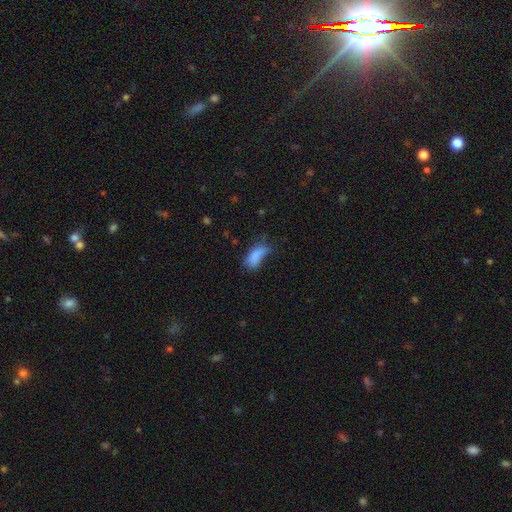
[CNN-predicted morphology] Overall: smooth (77%). How rounded: in between (84%). Merging: major disturbance (33%; minor disturbance 31%).